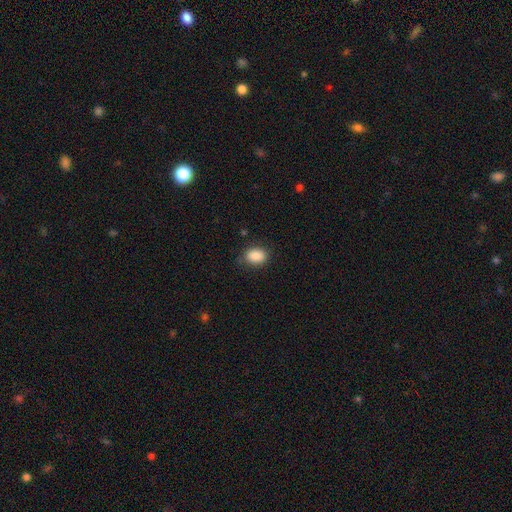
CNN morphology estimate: This is clearly a smooth galaxy (88%). How rounded: likely in between (77%). Merging: likely none (79%).